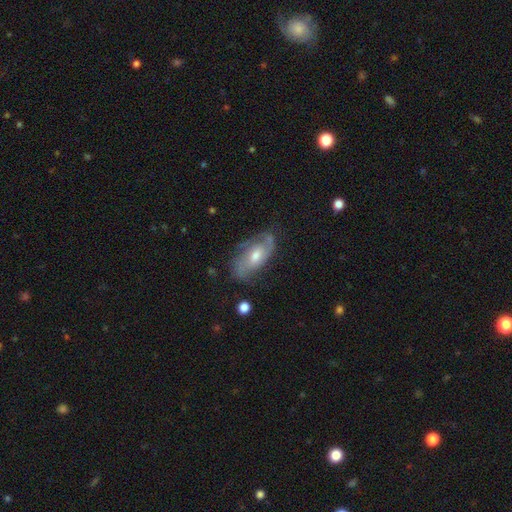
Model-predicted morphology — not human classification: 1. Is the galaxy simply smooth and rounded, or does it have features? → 73% featured or disk, 20% smooth, 7% star or artifact.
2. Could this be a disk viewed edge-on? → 91% no, 9% yes.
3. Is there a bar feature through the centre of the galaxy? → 57% no, 35% weak, 8% strong.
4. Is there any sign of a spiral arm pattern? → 89% yes, 11% no.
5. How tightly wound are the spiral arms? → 44% medium, 34% tight, 22% loose.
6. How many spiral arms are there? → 63% 2, 21% can't tell, 7% 3, 5% 1, 2% 4, 2% more than 4.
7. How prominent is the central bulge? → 66% moderate, 24% small, 7% large, 2% none, 1% dominant.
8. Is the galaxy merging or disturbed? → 66% none, 23% minor disturbance, 10% major disturbance, 2% merger.